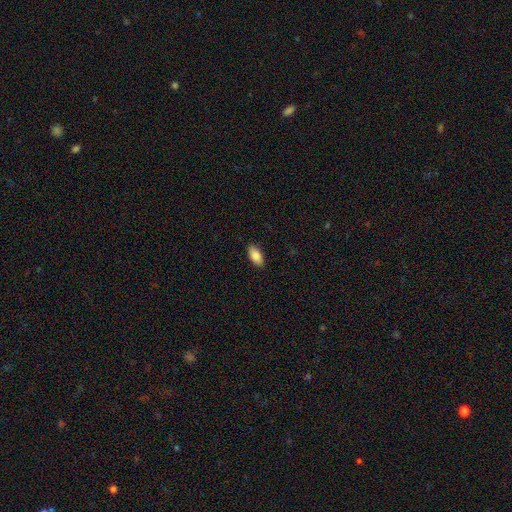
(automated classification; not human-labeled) Morphology: type=smooth (87%); roundness=in between (90%); merging=none (87%).